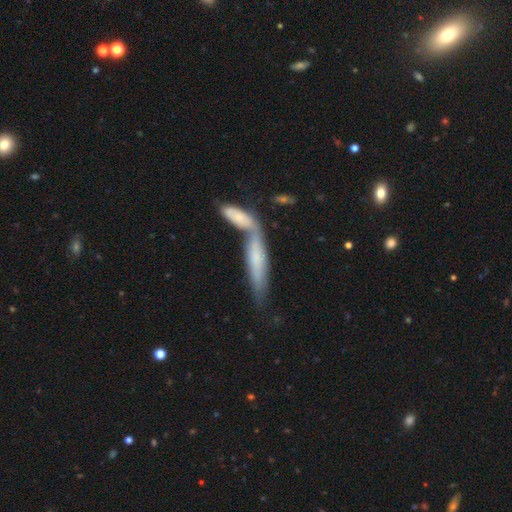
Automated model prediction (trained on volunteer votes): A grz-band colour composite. It shows a smooth galaxy with no disk features (47%). Merging: merger (55%).